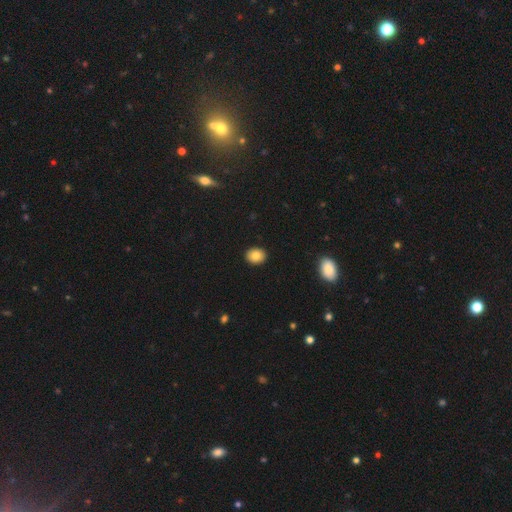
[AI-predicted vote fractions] smooth 84%, star or artifact 9%, featured or disk 7%. Down the decision tree: how rounded — round (52%); merging — none (91%).